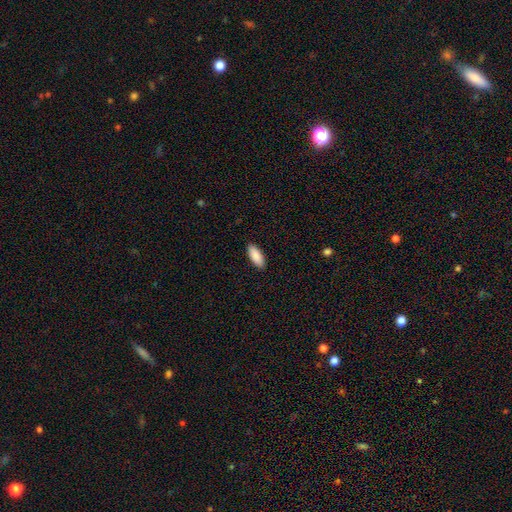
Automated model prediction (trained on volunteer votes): The model was most divided on "how rounded": in between: 83%, cigar-shaped: 15%, round: 2%. More confident: merging — none (91%); smooth or featured — smooth (90%).